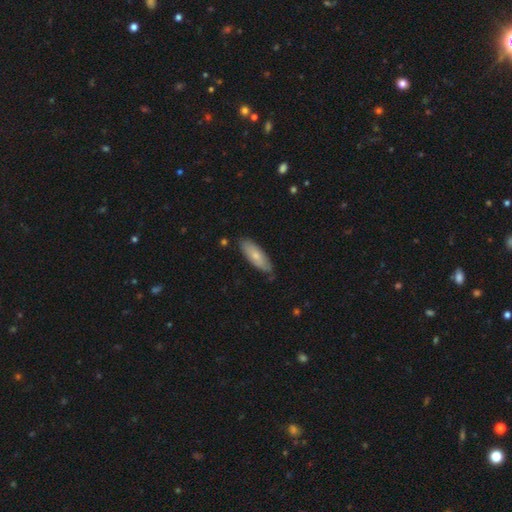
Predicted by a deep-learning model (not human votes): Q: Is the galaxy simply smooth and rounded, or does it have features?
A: smooth — 72%.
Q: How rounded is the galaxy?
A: in between — 61%.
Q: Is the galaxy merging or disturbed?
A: none — 76%.